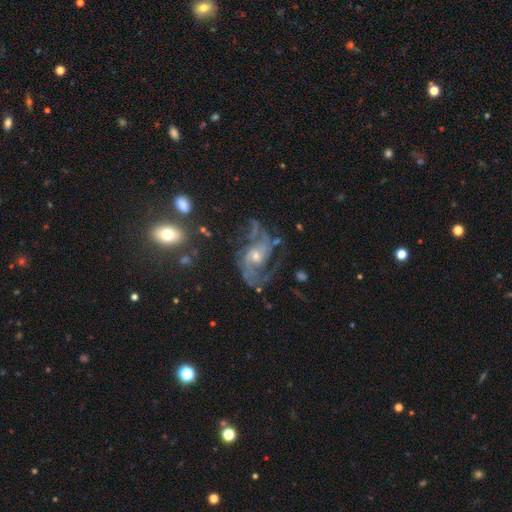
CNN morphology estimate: A featured or disk galaxy (87%) with no bar (61%), 2 (63%) medium (48%) spiral arms (95%) and a small central bulge (51%). Merging: none (57%).